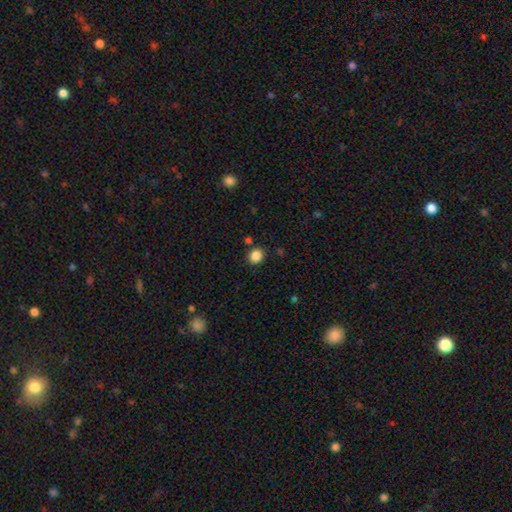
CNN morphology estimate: Q: Smooth or featured?
A: smooth (86%); runner-up: star or artifact (11%)
Q: How rounded?
A: round (80%); runner-up: in between (19%)
Q: Merging?
A: none (86%); runner-up: minor disturbance (8%)